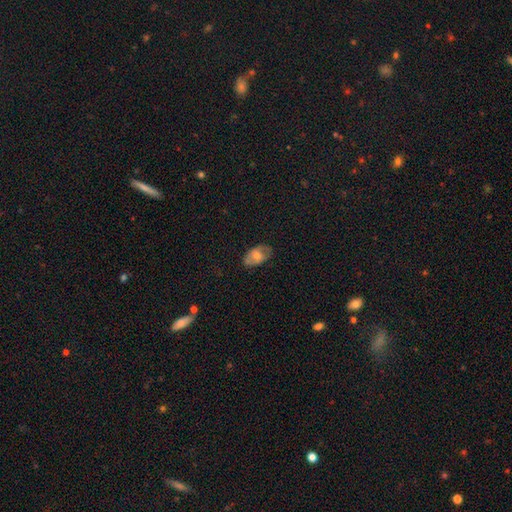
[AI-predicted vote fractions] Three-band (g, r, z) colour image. It shows a smooth galaxy with no disk features (54%) that is in between round and cigar-shaped (89%). Merging: none (74%).